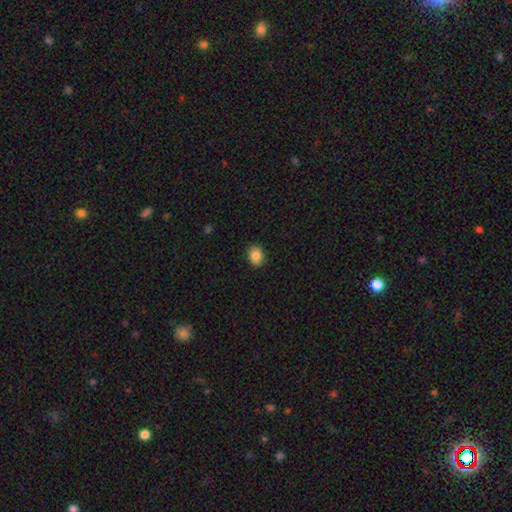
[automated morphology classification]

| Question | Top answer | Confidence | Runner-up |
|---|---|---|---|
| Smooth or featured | smooth | 86% | star or artifact (9%) |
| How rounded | in between | 62% | round (37%) |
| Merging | none | 89% | minor disturbance (8%) |